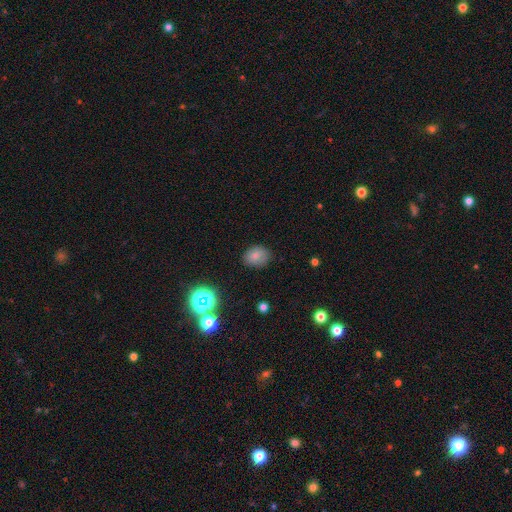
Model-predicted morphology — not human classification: A smooth galaxy with no disk features (78%) that is in between round and cigar-shaped (55%).

Vote fractions:
- Smooth or featured? smooth: 78% / star or artifact: 15% / featured or disk: 8%
- How rounded? in between: 55% / round: 44% / cigar-shaped: 1%
- Merging? none: 82% / minor disturbance: 13% / major disturbance: 3% / merger: 1%